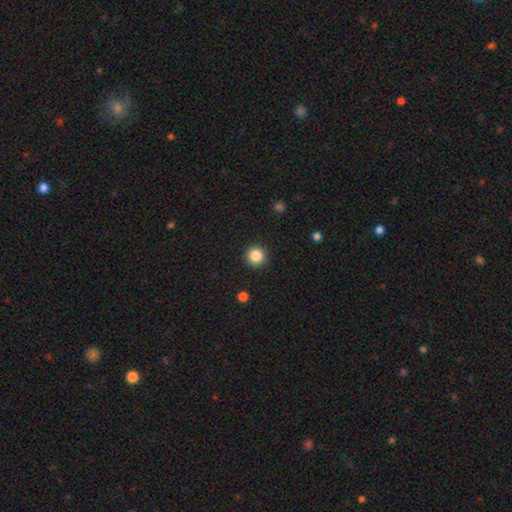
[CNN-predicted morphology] Smooth or featured? smooth (86%)
How rounded? round (96%)
Merging? none (93%)